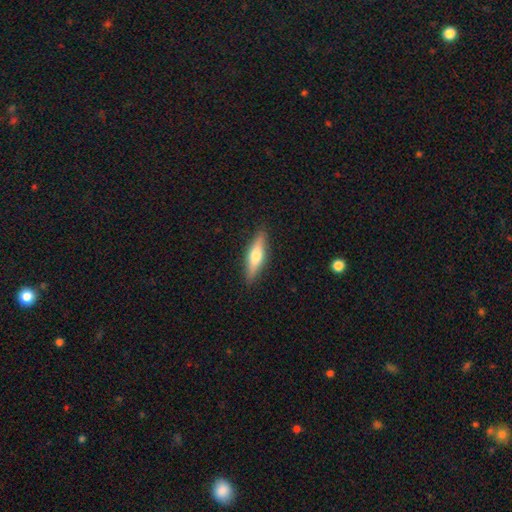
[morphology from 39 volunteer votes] This is possibly a smooth galaxy (54%). How rounded: likely cigar-shaped (67%). Merging: clearly none (85%).